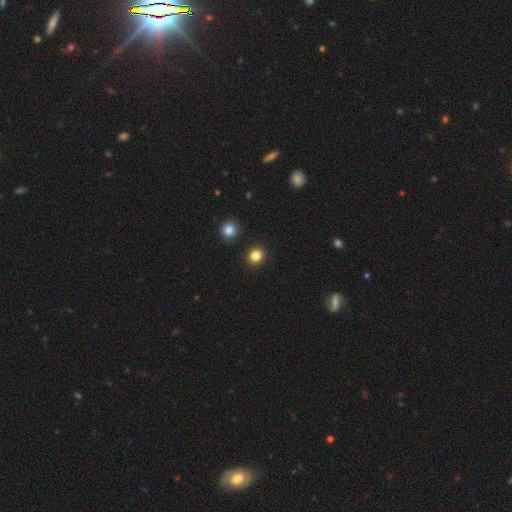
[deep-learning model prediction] Smooth or featured: smooth — 84% (star or artifact — 12%)
How rounded: round — 81% (in between — 18%)
Merging: none — 90% (minor disturbance — 5%)